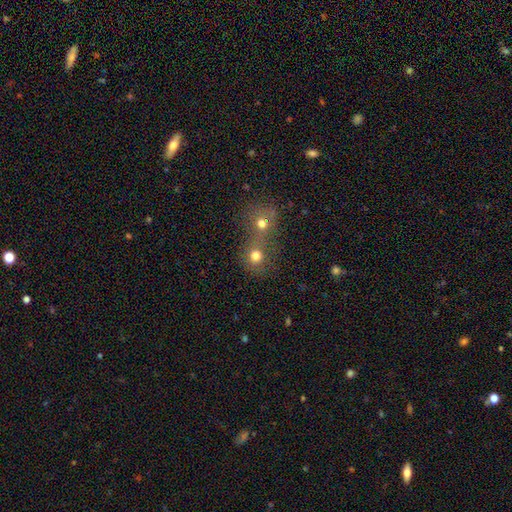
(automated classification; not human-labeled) A smooth galaxy with no disk features (74%) that is round (82%). Merging: merger (54%).